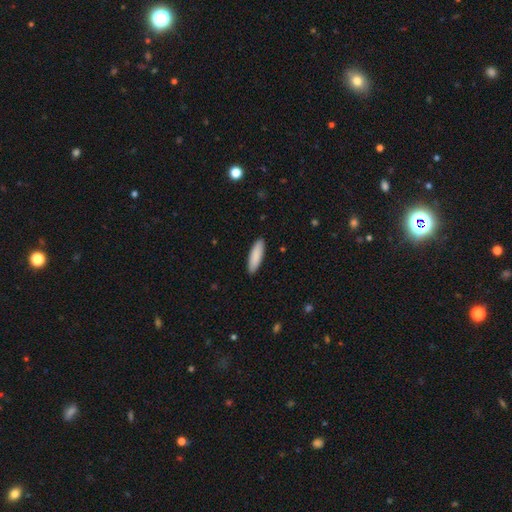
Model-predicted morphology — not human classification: smooth 89%, featured or disk 6%, star or artifact 5%. Down the decision tree: how rounded — cigar-shaped (56%); merging — none (90%).